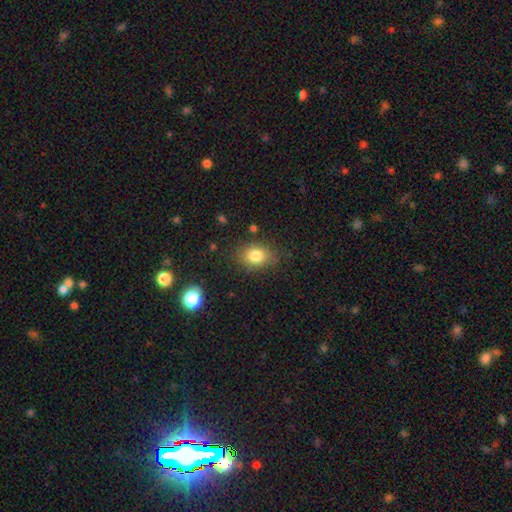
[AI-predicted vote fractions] Morphology: type=smooth (81%); roundness=in between (53%); merging=none (81%).